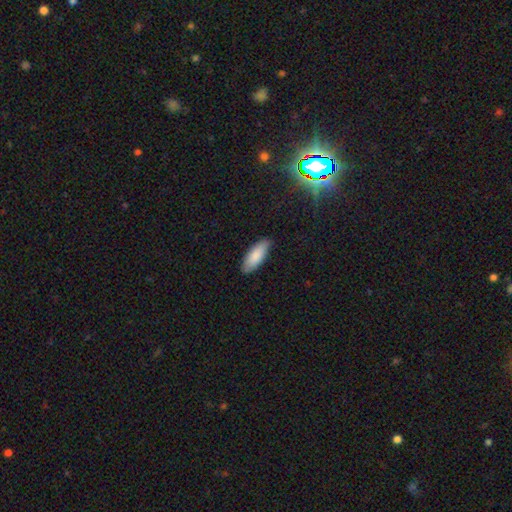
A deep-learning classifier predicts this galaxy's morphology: This is clearly a smooth galaxy (86%). How rounded: likely in between (72%). Merging: clearly none (87%).